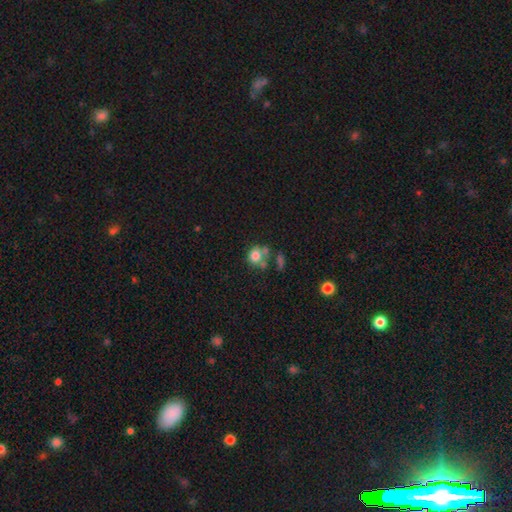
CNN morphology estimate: Q: Smooth or featured?
A: smooth (75%); runner-up: featured or disk (13%)
Q: How rounded?
A: round (74%); runner-up: in between (24%)
Q: Merging?
A: none (44%); runner-up: merger (31%)